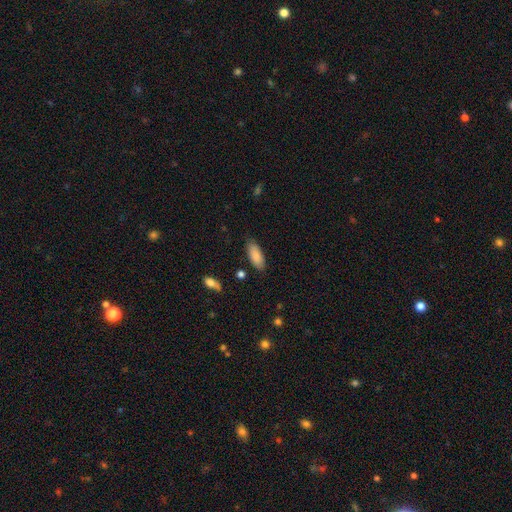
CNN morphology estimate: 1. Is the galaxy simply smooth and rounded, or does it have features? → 86% smooth, 7% featured or disk, 6% star or artifact.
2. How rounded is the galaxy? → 79% in between, 19% cigar-shaped, 2% round.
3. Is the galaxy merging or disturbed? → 84% none, 12% minor disturbance, 2% major disturbance, 2% merger.